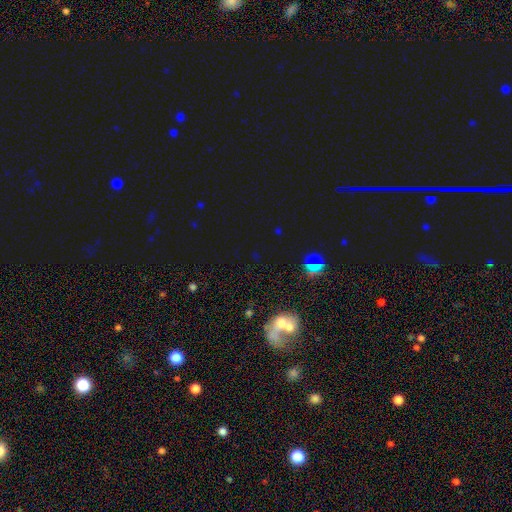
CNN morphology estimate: A star or artifact, not a galaxy (70%).